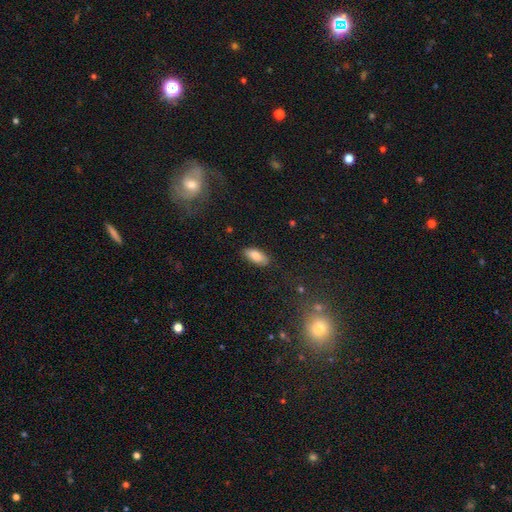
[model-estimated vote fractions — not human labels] smooth_or_featured: smooth (p=0.85) [alt: featured or disk p=0.08]
how_rounded: in between (p=0.87) [alt: cigar-shaped p=0.11]
merging: none (p=0.85) [alt: minor disturbance p=0.12]